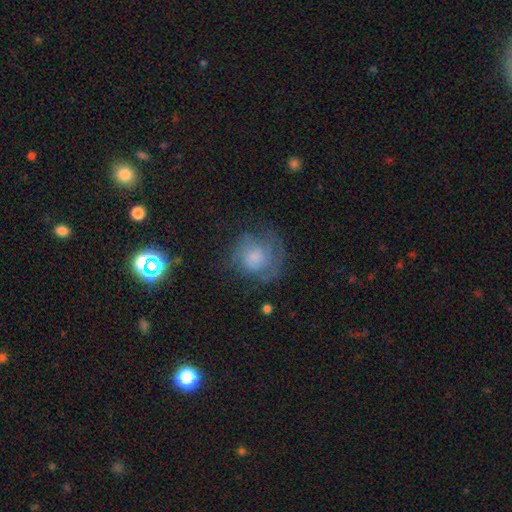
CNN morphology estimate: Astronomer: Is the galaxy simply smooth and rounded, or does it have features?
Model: featured or disk — 51% (runner-up: smooth, 35%).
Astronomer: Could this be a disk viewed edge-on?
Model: no — 97%.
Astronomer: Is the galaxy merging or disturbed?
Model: none — 61%.